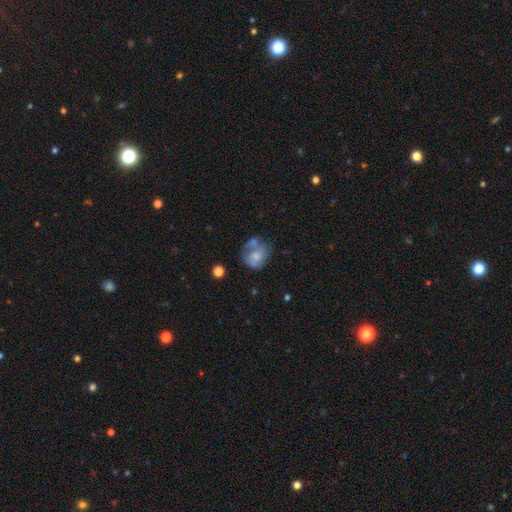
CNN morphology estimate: Q: Smooth or featured?
A: smooth (57%); runner-up: featured or disk (34%)
Q: How rounded?
A: round (61%); runner-up: in between (38%)
Q: Merging?
A: none (33%); runner-up: merger (25%)